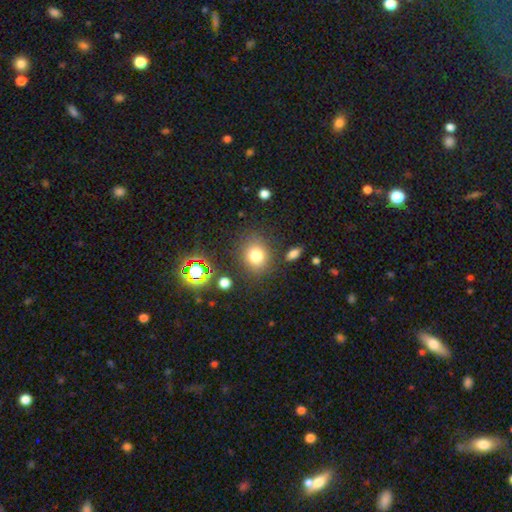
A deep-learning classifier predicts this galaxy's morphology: This appears to be a smooth galaxy with no disk features (75%) that is round (71%). Merging: none (80%).